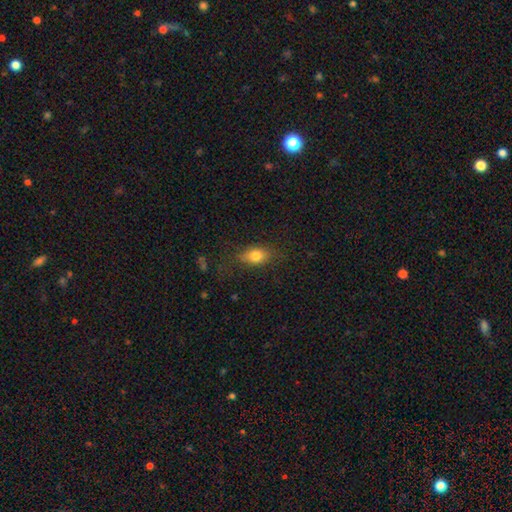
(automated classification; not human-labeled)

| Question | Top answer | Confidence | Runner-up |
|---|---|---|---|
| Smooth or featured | smooth | 79% | featured or disk (12%) |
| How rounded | in between | 78% | round (18%) |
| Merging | none | 75% | minor disturbance (17%) |